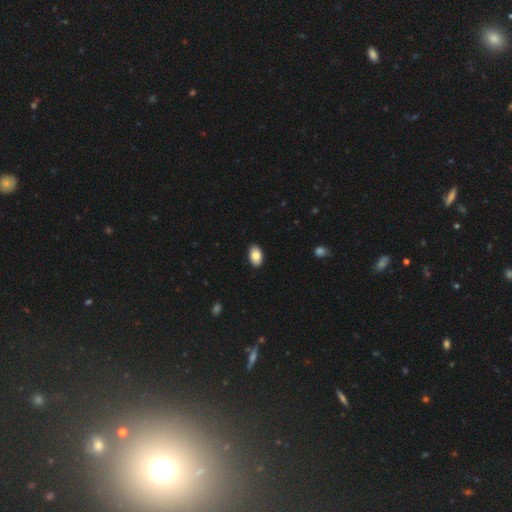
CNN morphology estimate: Smooth or featured? smooth (85%)
How rounded? in between (93%)
Merging? none (89%)